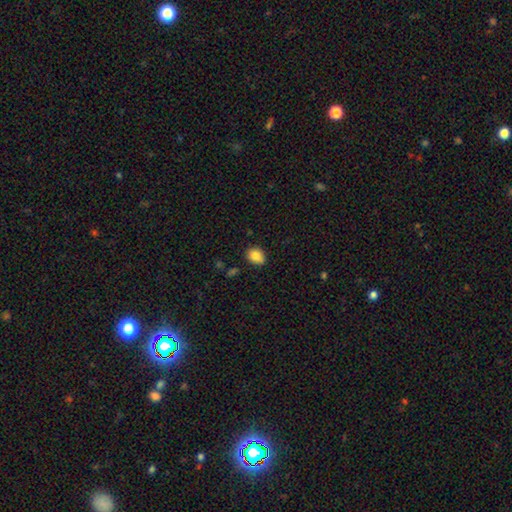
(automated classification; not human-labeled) The model was most divided on "how rounded": in between: 55%, round: 44%, cigar-shaped: 1%. More confident: smooth or featured — smooth (83%); merging — none (83%).